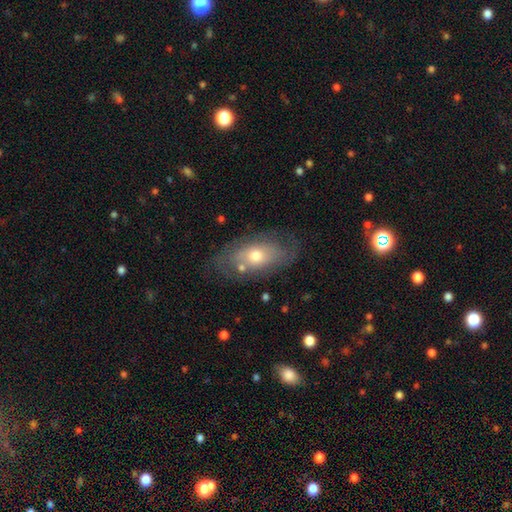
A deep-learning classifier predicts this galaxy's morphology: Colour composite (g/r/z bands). It shows a smooth galaxy with no disk features (50%) that is in between round and cigar-shaped (88%). Merging: none (66%).